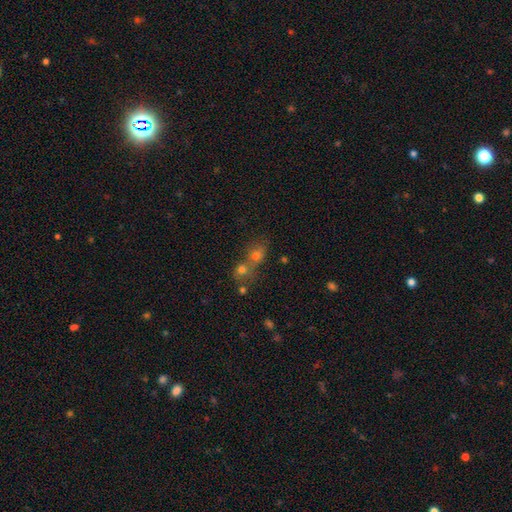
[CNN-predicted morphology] smooth_or_featured: smooth (p=0.50) [alt: star or artifact p=0.35]
how_rounded: round (p=0.69) [alt: in between p=0.27]
merging: merger (p=0.45) [alt: none p=0.42]